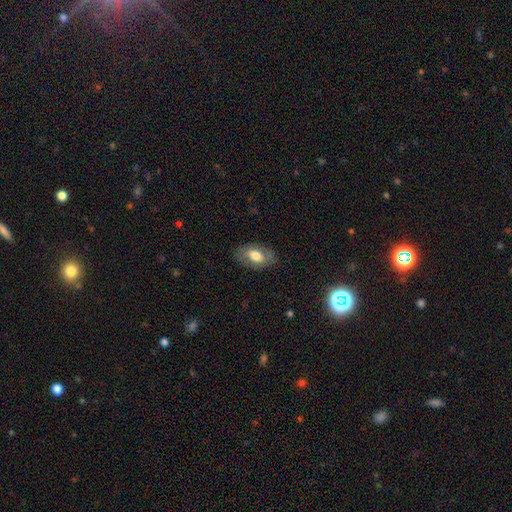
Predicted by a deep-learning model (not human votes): A smooth galaxy with no disk features (62%) that is in between round and cigar-shaped (91%).

Vote fractions:
- Smooth or featured? smooth: 62% / featured or disk: 31% / star or artifact: 7%
- How rounded? in between: 91% / round: 8% / cigar-shaped: 2%
- Merging? none: 81% / minor disturbance: 14% / major disturbance: 4% / merger: 1%